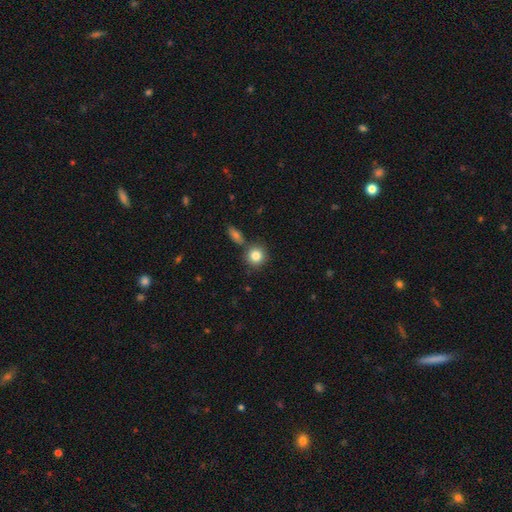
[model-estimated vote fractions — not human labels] Morphology: type=smooth (83%); roundness=round (88%); merging=none (72%).